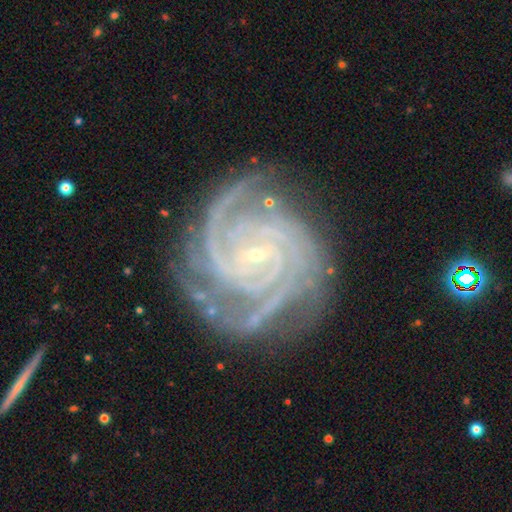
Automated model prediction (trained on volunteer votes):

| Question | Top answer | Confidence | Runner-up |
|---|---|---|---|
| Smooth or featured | featured or disk | 92% | star or artifact (5%) |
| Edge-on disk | no | 98% | yes (2%) |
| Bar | no | 54% | weak (30%) |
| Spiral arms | yes | 99% | no (1%) |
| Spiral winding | tight | 77% | medium (20%) |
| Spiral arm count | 4 | 28% | 3 (27%) |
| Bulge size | small | 89% | moderate (7%) |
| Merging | none | 76% | minor disturbance (16%) |